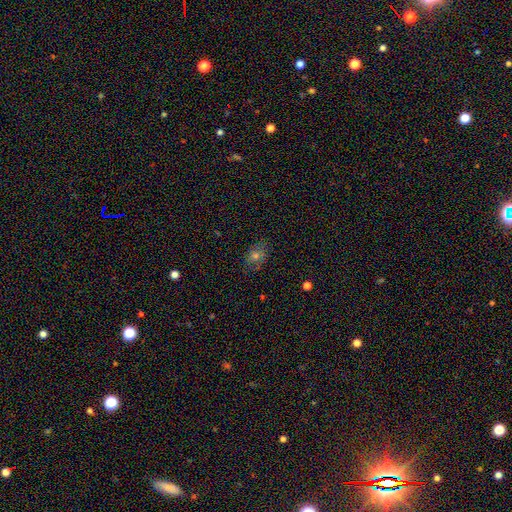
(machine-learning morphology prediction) This appears to be a smooth galaxy with no disk features (56%) that is in between round and cigar-shaped (62%). Merging: none (78%).